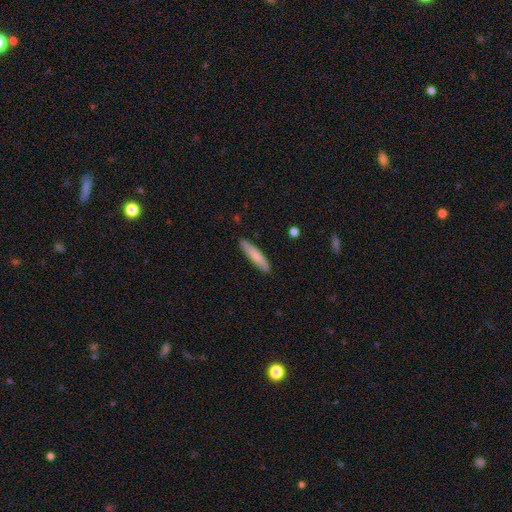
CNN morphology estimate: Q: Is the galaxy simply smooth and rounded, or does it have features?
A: smooth — 77%.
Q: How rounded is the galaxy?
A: cigar-shaped — 85%.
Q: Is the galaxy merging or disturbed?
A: none — 87%.